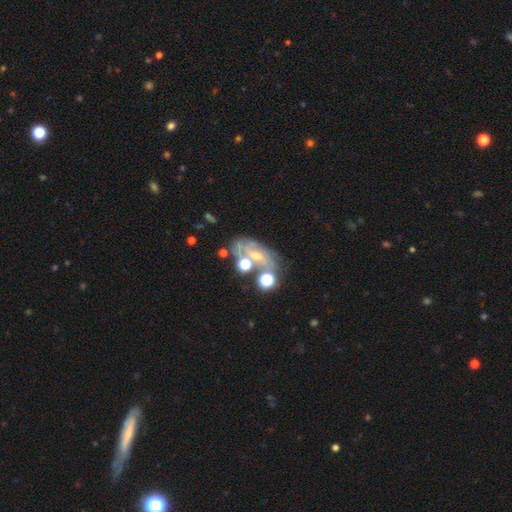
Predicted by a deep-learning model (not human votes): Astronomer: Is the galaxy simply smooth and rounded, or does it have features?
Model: featured or disk — 52%.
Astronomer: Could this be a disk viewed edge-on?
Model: no — 93%.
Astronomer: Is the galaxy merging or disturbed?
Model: none — 42% (runner-up: merger, 23%).